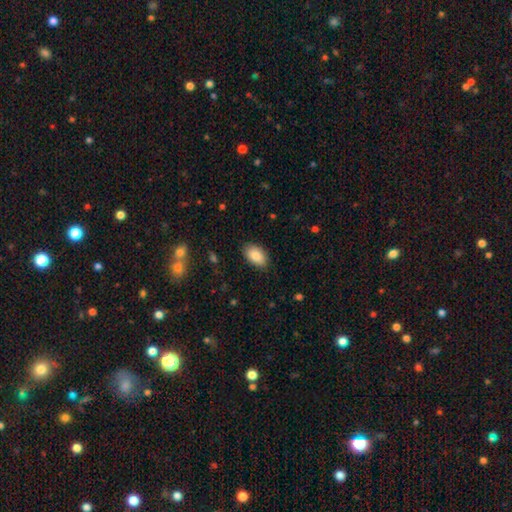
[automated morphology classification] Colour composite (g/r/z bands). It shows a smooth galaxy with no disk features (87%) that is in between round and cigar-shaped (93%). Merging: none (86%).